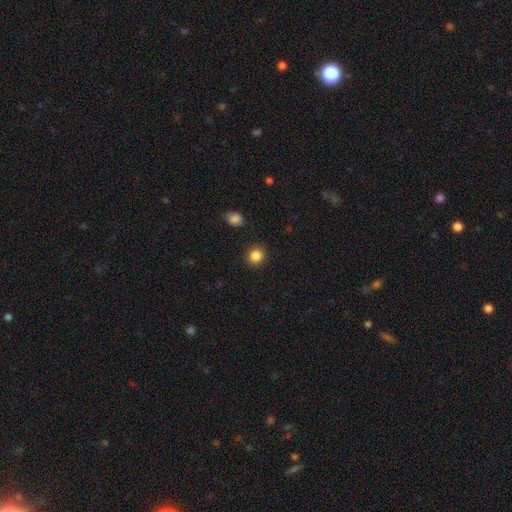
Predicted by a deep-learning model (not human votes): Smooth or featured? smooth (86%)
How rounded? round (84%)
Merging? none (90%)